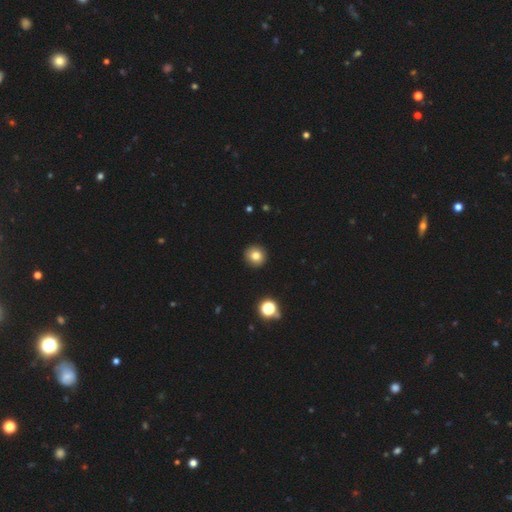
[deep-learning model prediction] This appears to be a smooth galaxy with no disk features (79%) that is round (93%). Merging: none (92%).